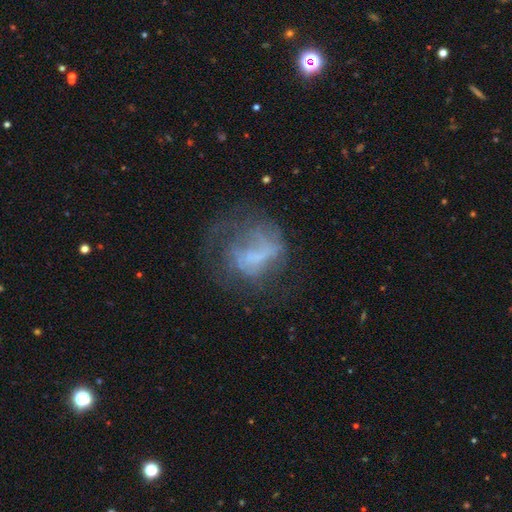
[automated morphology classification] type=featured or disk (55%); edge-on=no (97%); bar=no (61%); spiral arms=no (58%); bulge=none (56%); merging=none (41%).